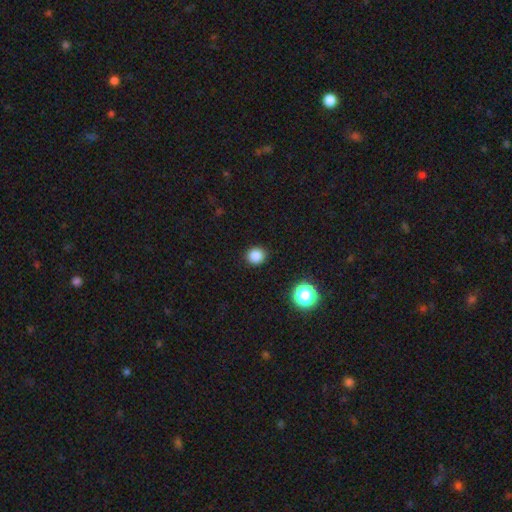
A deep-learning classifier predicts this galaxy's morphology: This is clearly a smooth galaxy (84%). How rounded: clearly round (88%). Merging: clearly none (91%).